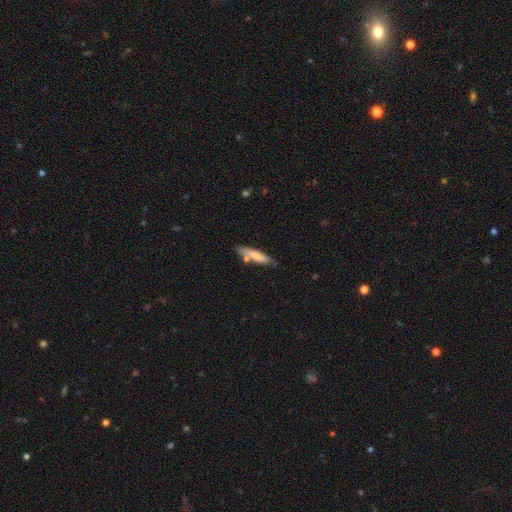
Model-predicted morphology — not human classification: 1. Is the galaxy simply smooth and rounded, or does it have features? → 73% smooth, 21% featured or disk, 6% star or artifact.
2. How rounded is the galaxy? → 80% cigar-shaped, 18% in between, 1% round.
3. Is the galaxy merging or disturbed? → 69% none, 17% minor disturbance, 10% merger, 3% major disturbance.